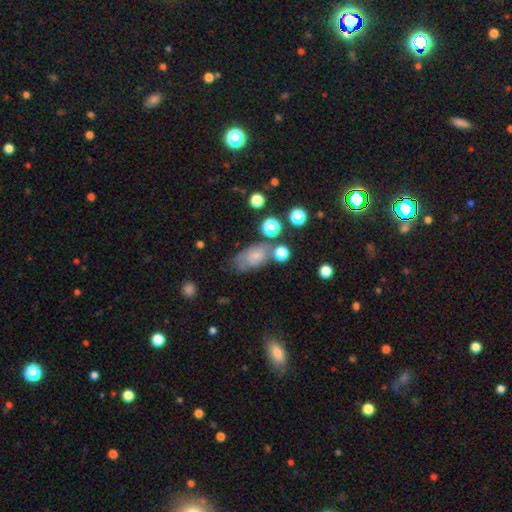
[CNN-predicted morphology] Smooth or featured: smooth — 62% (featured or disk — 26%)
How rounded: in between — 85% (round — 11%)
Merging: none — 51% (minor disturbance — 26%)